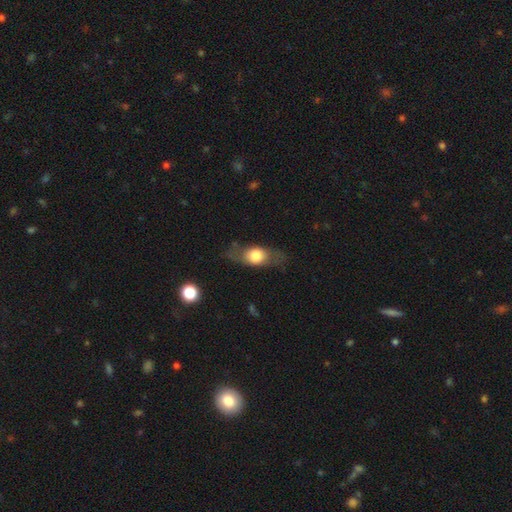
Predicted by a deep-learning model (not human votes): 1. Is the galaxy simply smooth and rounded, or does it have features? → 57% smooth, 36% featured or disk, 7% star or artifact.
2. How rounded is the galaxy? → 67% in between, 19% round, 15% cigar-shaped.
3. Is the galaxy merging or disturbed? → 72% none, 18% minor disturbance, 9% major disturbance, 2% merger.